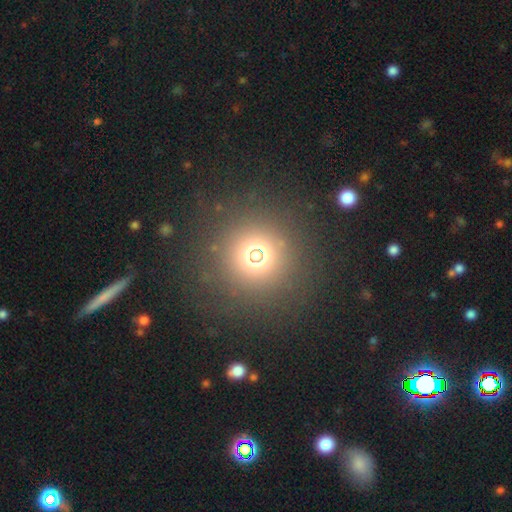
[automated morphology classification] Smooth or featured: smooth — 62% (star or artifact — 29%)
How rounded: round — 94% (in between — 5%)
Merging: none — 86% (minor disturbance — 6%)